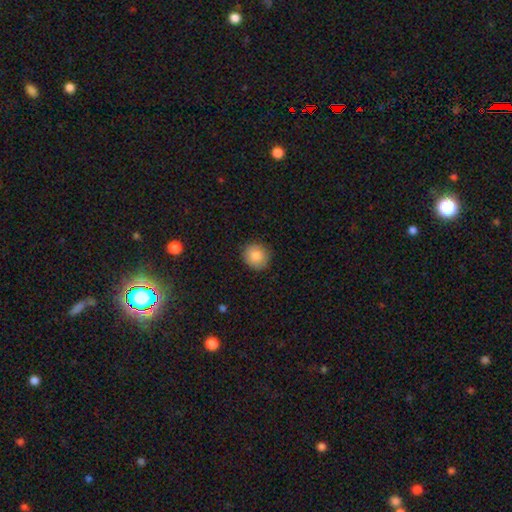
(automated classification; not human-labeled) Smooth or featured? Predicted: smooth (p=0.87). How rounded? Predicted: round (p=0.84). Merging? Predicted: none (p=0.88).